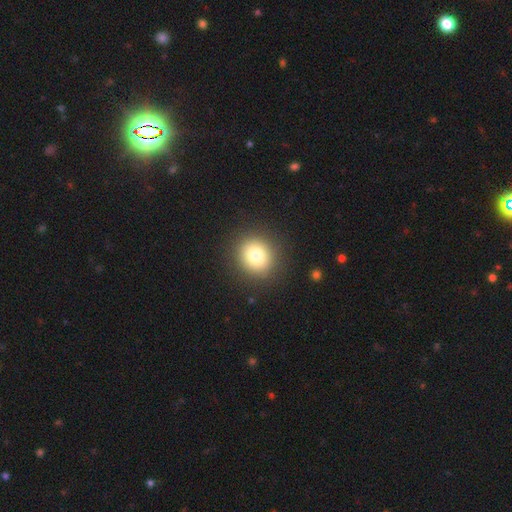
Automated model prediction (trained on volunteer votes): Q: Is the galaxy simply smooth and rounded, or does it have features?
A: smooth — 80%.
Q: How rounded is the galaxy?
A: round — 85%.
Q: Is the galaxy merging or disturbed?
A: none — 90%.